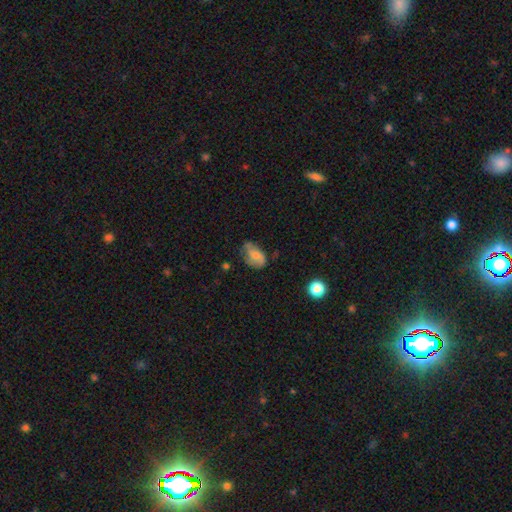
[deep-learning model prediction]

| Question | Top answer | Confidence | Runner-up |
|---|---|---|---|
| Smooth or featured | smooth | 55% | featured or disk (36%) |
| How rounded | in between | 85% | round (13%) |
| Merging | none | 42% | minor disturbance (38%) |